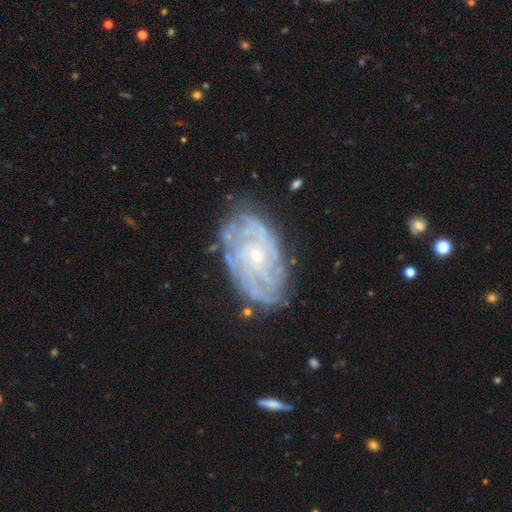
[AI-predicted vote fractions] Q: Smooth or featured?
A: featured or disk (85%); runner-up: smooth (9%)
Q: Edge-on disk?
A: no (96%); runner-up: yes (4%)
Q: Bar?
A: no (76%); runner-up: weak (19%)
Q: Spiral arms?
A: yes (94%); runner-up: no (6%)
Q: Spiral winding?
A: tight (73%); runner-up: medium (22%)
Q: Spiral arm count?
A: can't tell (38%); runner-up: 4 (19%)
Q: Bulge size?
A: small (78%); runner-up: moderate (18%)
Q: Merging?
A: none (76%); runner-up: minor disturbance (17%)